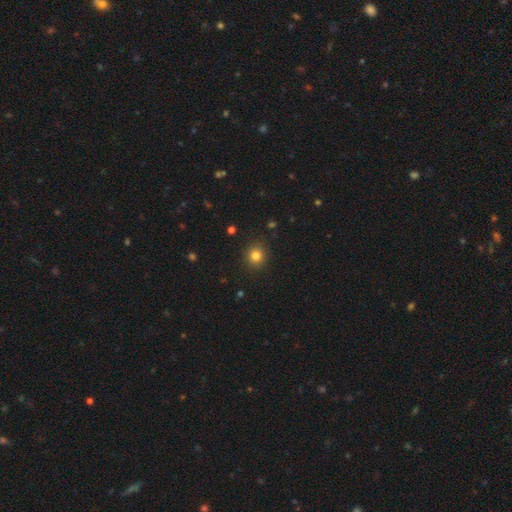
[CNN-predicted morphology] This appears to be a smooth galaxy with no disk features (82%) that is round (86%). Merging: none (90%).